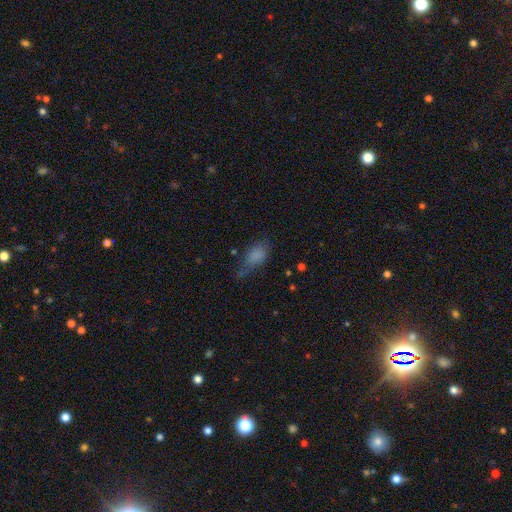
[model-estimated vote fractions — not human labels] The model was most divided on "merging": none: 43%, minor disturbance: 33%, major disturbance: 19%, merger: 4%. More confident: how rounded — in between (86%); smooth or featured — smooth (78%).